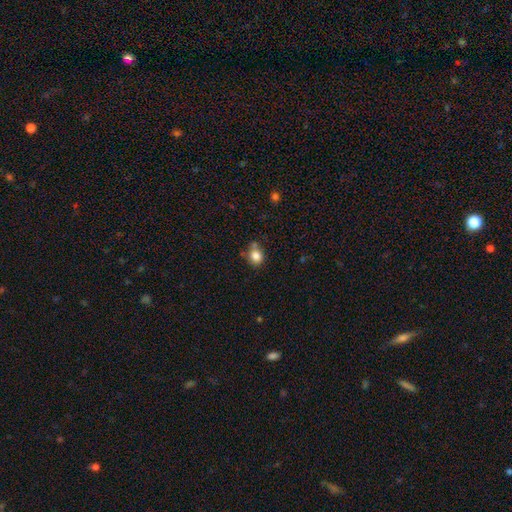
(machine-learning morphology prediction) Smooth or featured? Predicted: smooth (p=0.82). How rounded? Predicted: round (p=0.69). Merging? Predicted: none (p=0.66).